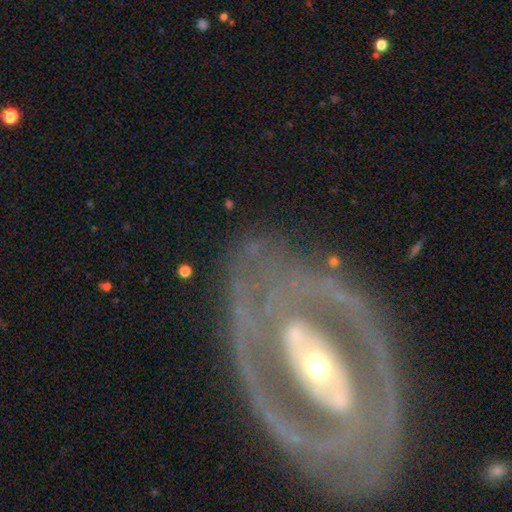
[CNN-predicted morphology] smooth_or_featured: featured or disk (p=0.82) [alt: smooth p=0.12]
disk_edge_on: no (p=0.92) [alt: yes p=0.08]
bar: strong (p=0.42) [alt: no p=0.32]
has_spiral_arms: yes (p=0.68) [alt: no p=0.32]
spiral_winding: tight (p=0.55) [alt: medium p=0.31]
spiral_arm_count: 2 (p=0.63) [alt: can't tell p=0.20]
bulge_size: moderate (p=0.57) [alt: small p=0.33]
merging: none (p=0.72) [alt: minor disturbance p=0.15]